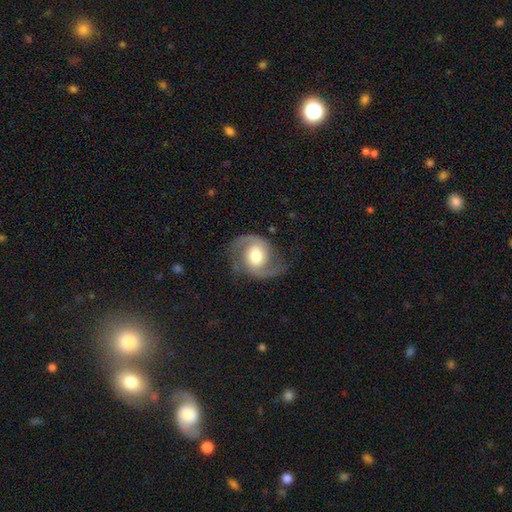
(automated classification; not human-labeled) smooth-or-featured: featured or disk: 87% | smooth: 8% | star or artifact: 5%
  disk-edge-on: no: 98% | yes: 2%
    bar: no: 57% | weak: 34% | strong: 9%
    has-spiral-arms: yes: 97% | no: 3%
      spiral-winding: medium: 56% | tight: 22% | loose: 22%
      spiral-arm-count: 2: 93% | can't tell: 2% | 1: 2% | 3: 1% | 4: 1% | more than 4: 1%
    bulge-size: moderate: 60% | large: 28% | small: 8% | dominant: 3% | none: 1%
  merging: none: 75% | minor disturbance: 16% | major disturbance: 8% | merger: 1%